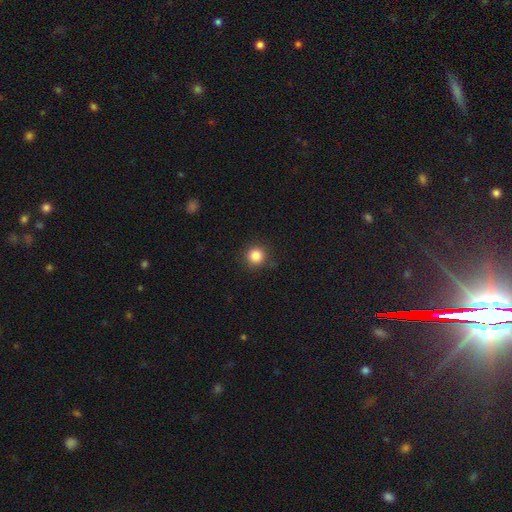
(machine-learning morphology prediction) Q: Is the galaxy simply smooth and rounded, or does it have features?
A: smooth — 85%.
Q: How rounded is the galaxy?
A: round — 94%.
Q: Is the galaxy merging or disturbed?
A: none — 88%.